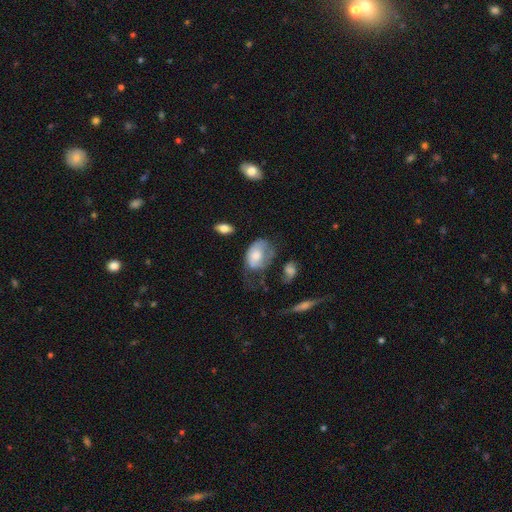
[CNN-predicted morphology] A smooth galaxy with no disk features (58%) that is in between round and cigar-shaped (77%).

Vote fractions:
- Smooth or featured? smooth: 58% / featured or disk: 34% / star or artifact: 7%
- How rounded? in between: 77% / round: 21% / cigar-shaped: 1%
- Merging? major disturbance: 40% / minor disturbance: 29% / none: 25% / merger: 7%